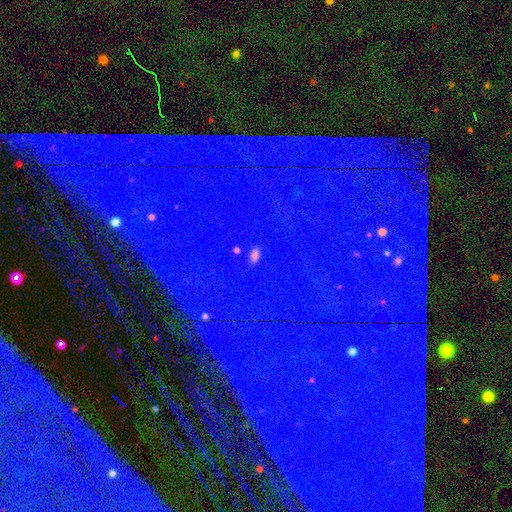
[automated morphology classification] smooth-or-featured: star or artifact: 85% | featured or disk: 8% | smooth: 6%